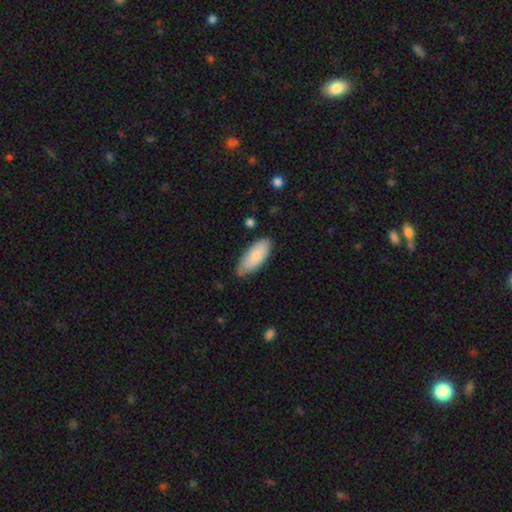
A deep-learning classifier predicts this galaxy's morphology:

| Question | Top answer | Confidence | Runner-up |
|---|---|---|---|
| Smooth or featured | smooth | 86% | featured or disk (9%) |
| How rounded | in between | 79% | cigar-shaped (20%) |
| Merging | none | 75% | minor disturbance (20%) |